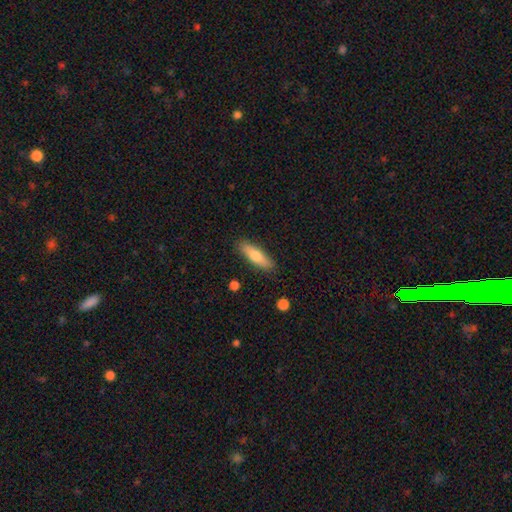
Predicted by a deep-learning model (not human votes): Smooth or featured: smooth — 71% (featured or disk — 23%)
How rounded: cigar-shaped — 58% (in between — 40%)
Merging: none — 86% (minor disturbance — 10%)